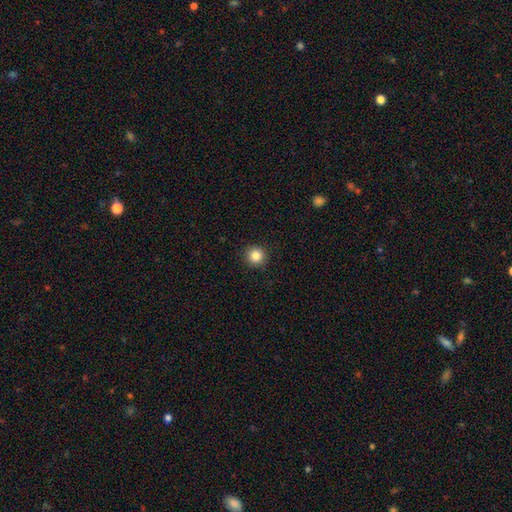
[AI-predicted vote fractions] The model was most divided on "smooth or featured": smooth: 85%, star or artifact: 11%, featured or disk: 5%. More confident: how rounded — round (94%); merging — none (92%).